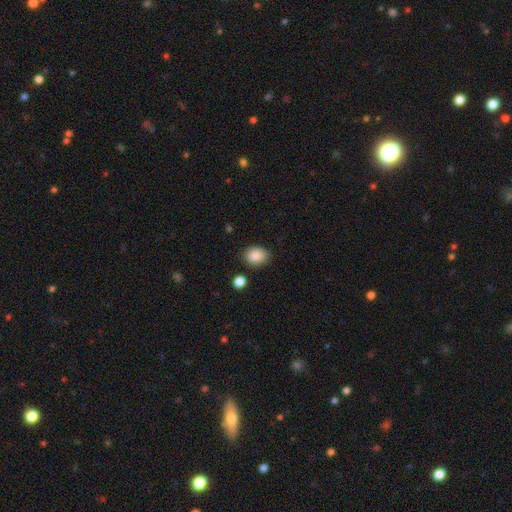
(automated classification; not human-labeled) This is clearly a smooth galaxy (87%). How rounded: possibly in between (60%). Merging: clearly none (83%).